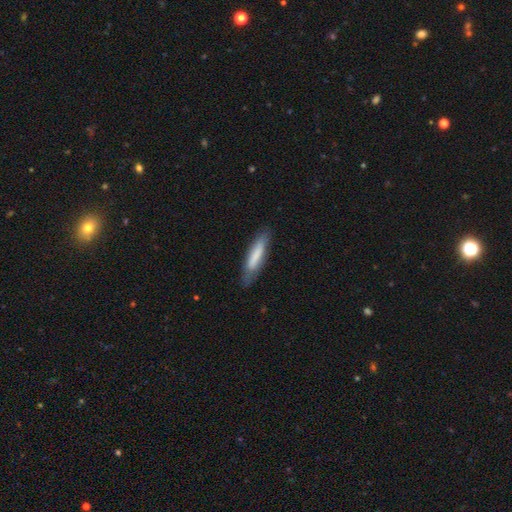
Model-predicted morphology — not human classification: The model was most divided on "smooth or featured": smooth: 71%, featured or disk: 23%, star or artifact: 6%. More confident: how rounded — cigar-shaped (80%); merging — none (77%).